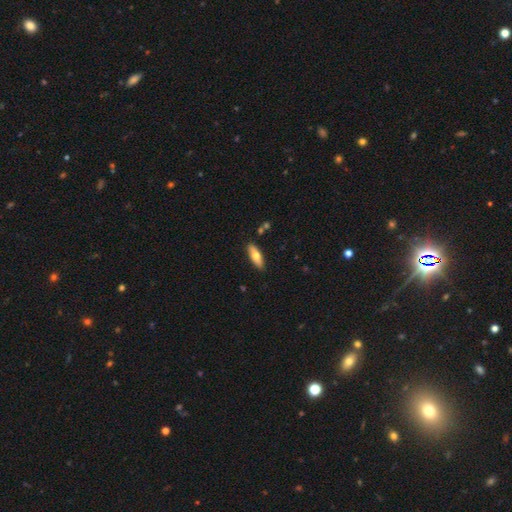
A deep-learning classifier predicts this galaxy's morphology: smooth 63%, featured or disk 32%, star or artifact 6%. Down the decision tree: how rounded — in between (58%); merging — none (87%).